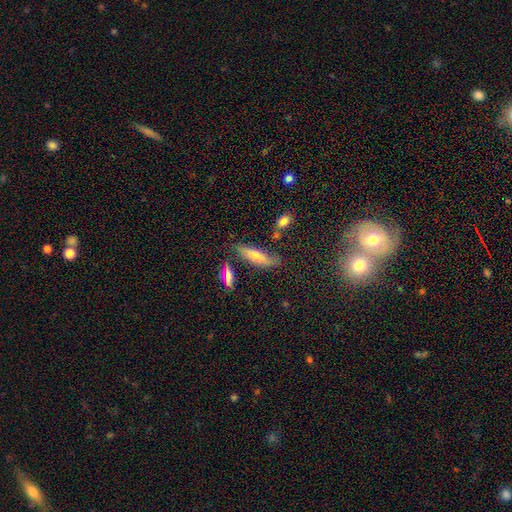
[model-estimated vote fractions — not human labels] Q: Smooth or featured?
A: smooth (59%); runner-up: featured or disk (31%)
Q: How rounded?
A: cigar-shaped (66%); runner-up: in between (32%)
Q: Merging?
A: none (72%); runner-up: minor disturbance (17%)